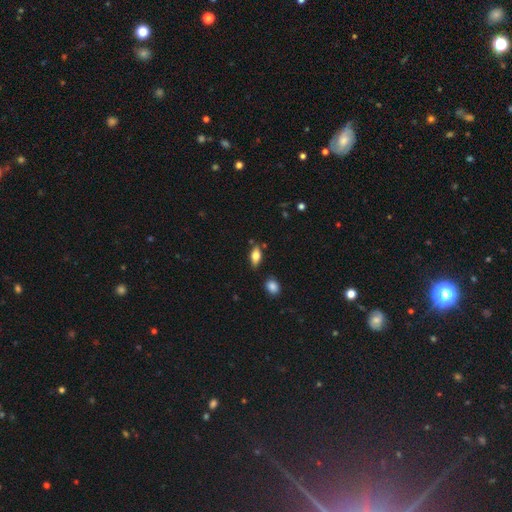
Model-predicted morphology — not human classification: Smooth or featured? smooth (70%)
How rounded? in between (83%)
Merging? none (78%)